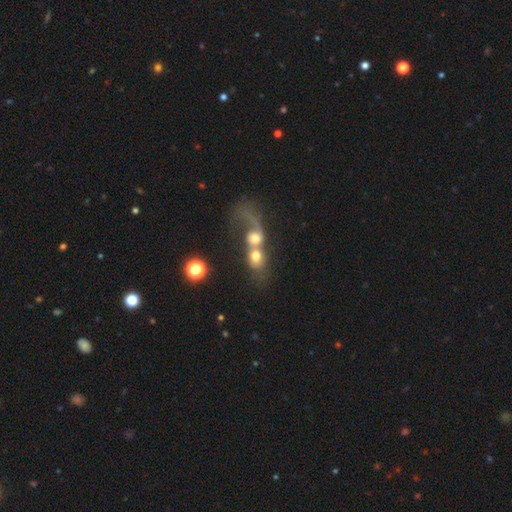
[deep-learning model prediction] smooth-or-featured: smooth: 47% | featured or disk: 41% | star or artifact: 11%
  merging: merger: 80% | major disturbance: 9% | none: 7% | minor disturbance: 3%